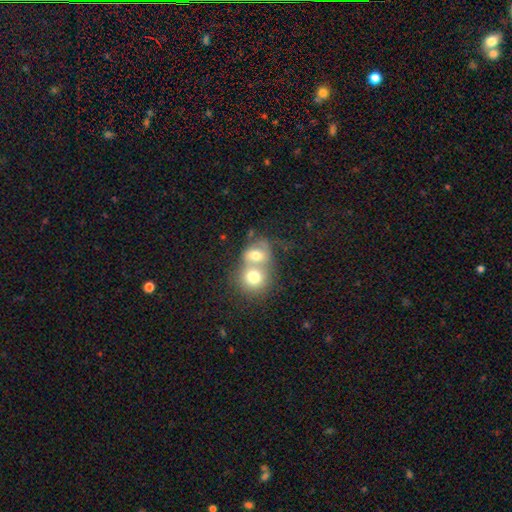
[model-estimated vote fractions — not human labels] Q: Smooth or featured?
A: smooth (59%); runner-up: star or artifact (24%)
Q: How rounded?
A: round (77%); runner-up: in between (22%)
Q: Merging?
A: merger (53%); runner-up: none (37%)